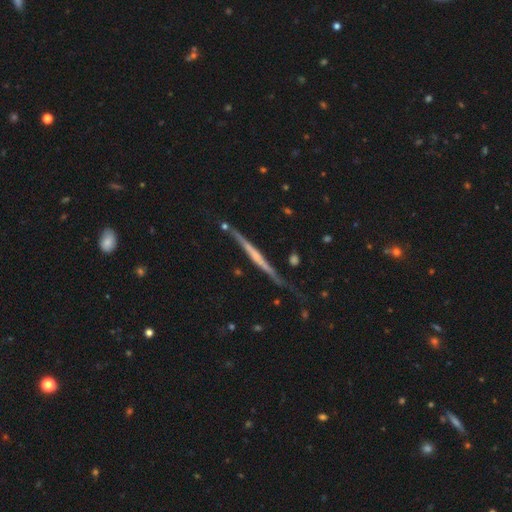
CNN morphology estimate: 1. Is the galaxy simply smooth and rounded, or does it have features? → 72% featured or disk, 22% smooth, 6% star or artifact.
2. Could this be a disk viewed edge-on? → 97% yes, 3% no.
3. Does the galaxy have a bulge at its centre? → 57% none, 26% rounded, 17% boxy.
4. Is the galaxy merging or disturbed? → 71% none, 19% minor disturbance, 6% major disturbance, 4% merger.